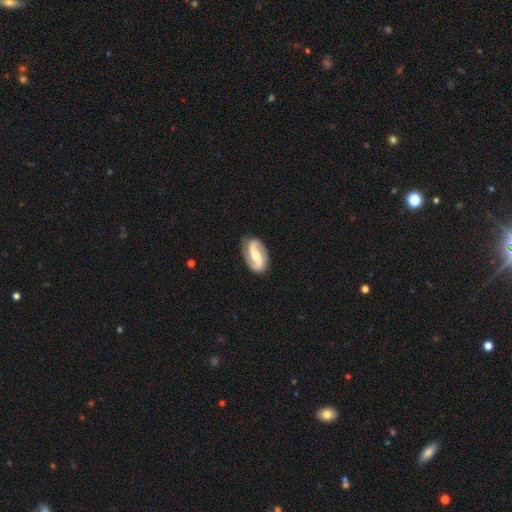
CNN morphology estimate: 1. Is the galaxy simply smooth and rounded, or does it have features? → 88% featured or disk, 8% smooth, 4% star or artifact.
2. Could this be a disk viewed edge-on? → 97% no, 3% yes.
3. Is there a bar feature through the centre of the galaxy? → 42% strong, 34% weak, 24% no.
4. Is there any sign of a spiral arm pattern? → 96% yes, 4% no.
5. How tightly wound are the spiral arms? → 44% medium, 36% loose, 20% tight.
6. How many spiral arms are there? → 94% 2, 2% can't tell, 1% 1, 1% 3, 1% 4, 1% more than 4.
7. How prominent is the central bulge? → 57% moderate, 34% small, 5% large, 3% none, 1% dominant.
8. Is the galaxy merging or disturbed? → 86% none, 10% minor disturbance, 3% major disturbance, 1% merger.